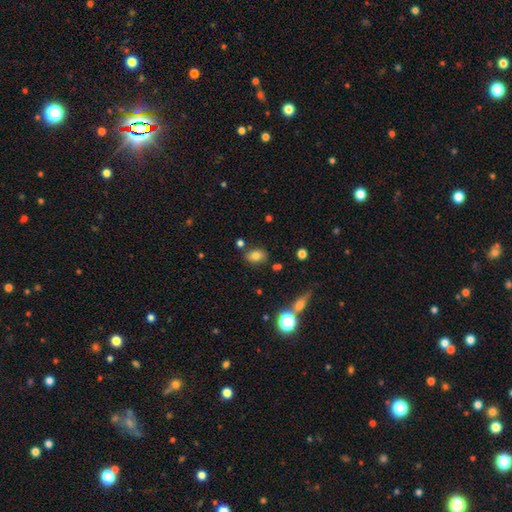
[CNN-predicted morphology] This appears to be a smooth galaxy with no disk features (77%) that is in between round and cigar-shaped (77%). Merging: none (77%).